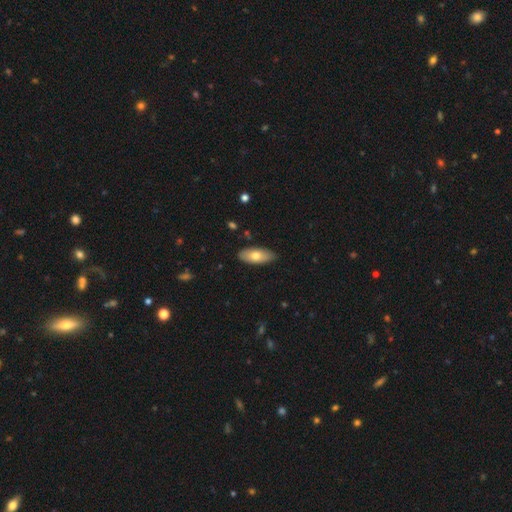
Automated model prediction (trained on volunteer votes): A smooth galaxy with no disk features (69%) that is in between round and cigar-shaped (82%). Merging: none (86%).